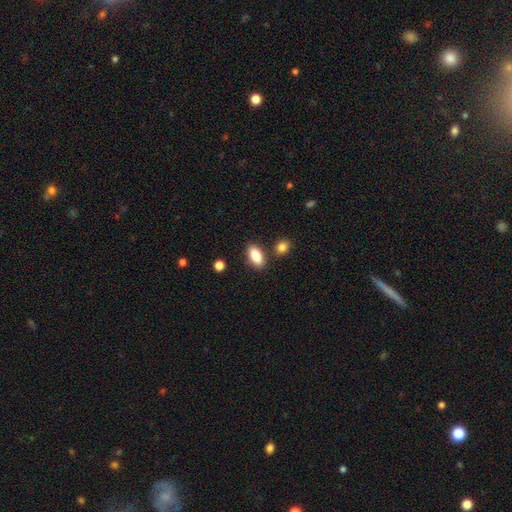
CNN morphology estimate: A smooth galaxy with no disk features (87%) that is in between round and cigar-shaped (88%). Merging: none (83%).